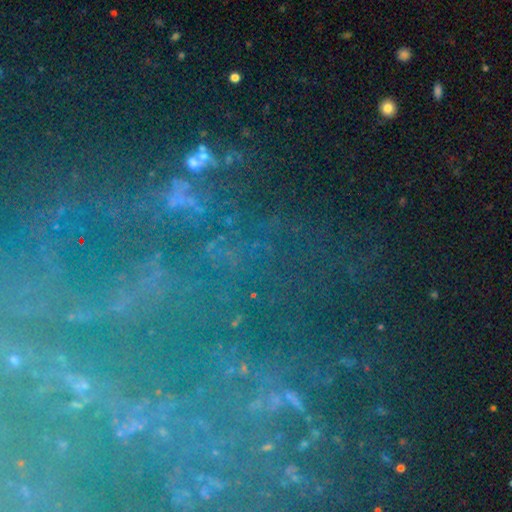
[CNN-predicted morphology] This is likely a star or artifact rather than a galaxy (62%).